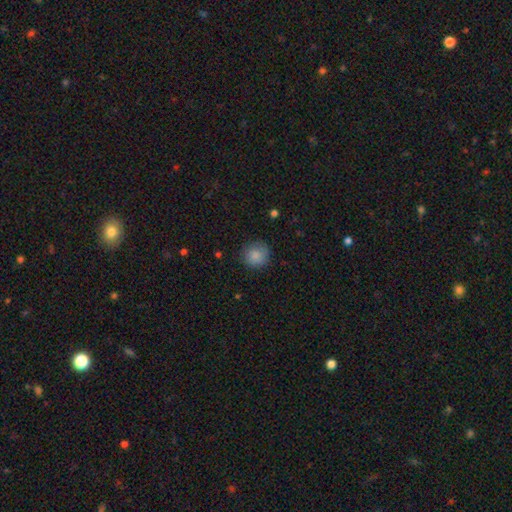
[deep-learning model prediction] Smooth or featured? Predicted: smooth (p=0.86). How rounded? Predicted: round (p=0.92). Merging? Predicted: none (p=0.83).